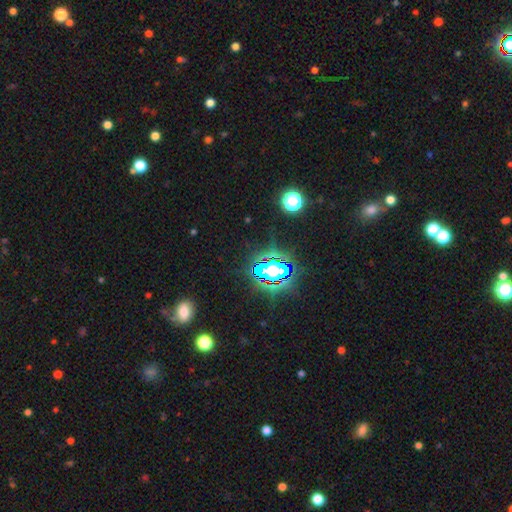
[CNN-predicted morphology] A star or artifact, not a galaxy (74%).

Vote fractions:
- Smooth or featured? star or artifact: 74% / smooth: 16% / featured or disk: 10%